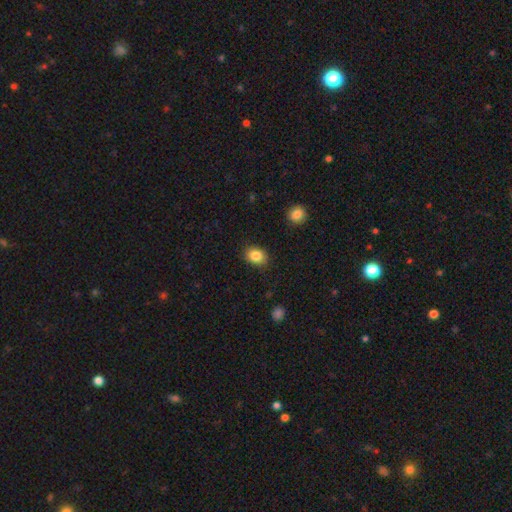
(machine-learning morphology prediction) smooth 85%, star or artifact 8%, featured or disk 6%. Down the decision tree: how rounded — in between (67%); merging — none (87%).